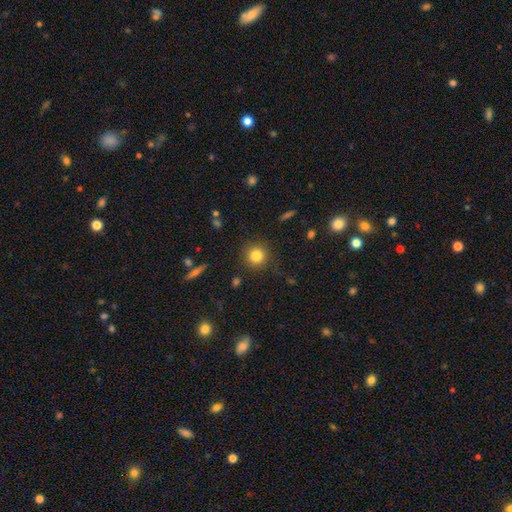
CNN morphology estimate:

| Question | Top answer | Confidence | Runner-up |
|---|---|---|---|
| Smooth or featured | smooth | 82% | star or artifact (11%) |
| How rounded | round | 93% | in between (6%) |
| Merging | none | 88% | minor disturbance (7%) |